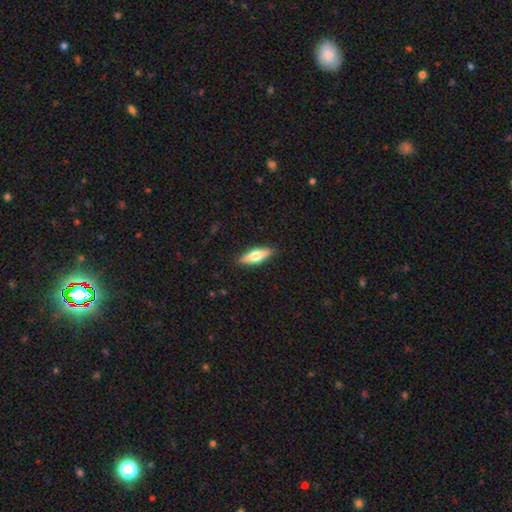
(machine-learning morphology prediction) smooth-or-featured: smooth: 49% | featured or disk: 45% | star or artifact: 6%
  merging: none: 89% | minor disturbance: 8% | major disturbance: 2% | merger: 1%